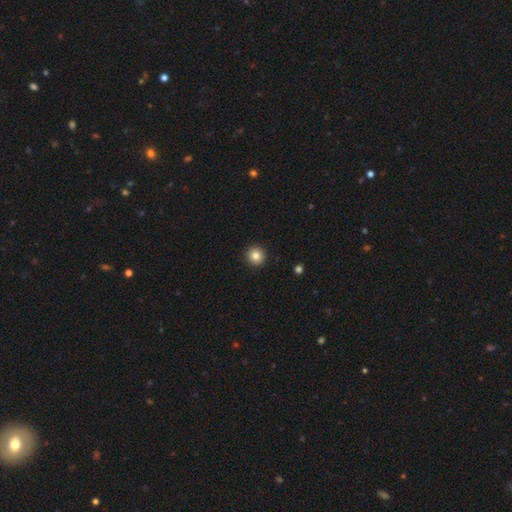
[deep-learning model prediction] Overall: smooth (83%). How rounded: round (95%). Merging: none (93%).